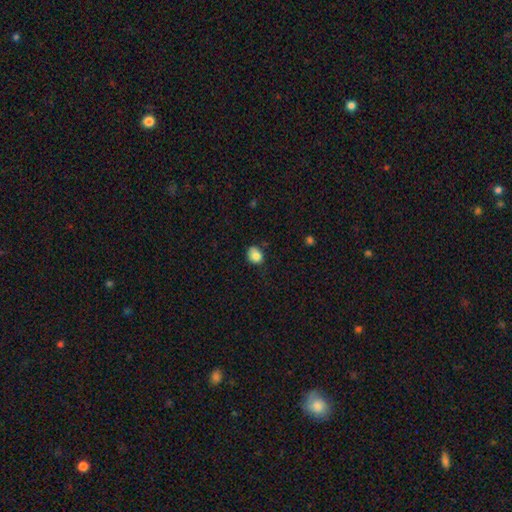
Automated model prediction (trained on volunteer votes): Q: Smooth or featured?
A: smooth (83%); runner-up: star or artifact (10%)
Q: How rounded?
A: in between (50%); runner-up: round (49%)
Q: Merging?
A: none (64%); runner-up: minor disturbance (28%)